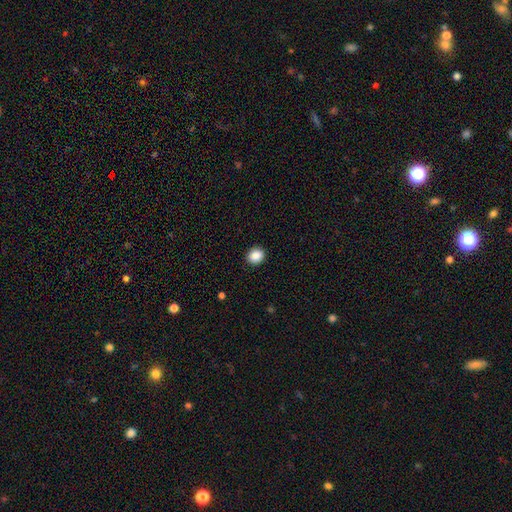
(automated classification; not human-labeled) smooth-or-featured: smooth: 88% | star or artifact: 9% | featured or disk: 3%
  how-rounded: round: 69% | in between: 30% | cigar-shaped: 1%
  merging: none: 91% | minor disturbance: 6% | major disturbance: 2% | merger: 1%